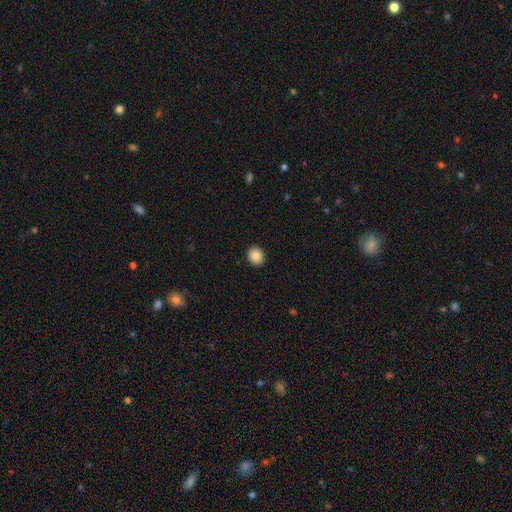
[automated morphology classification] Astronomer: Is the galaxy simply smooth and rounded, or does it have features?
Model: smooth — 87%.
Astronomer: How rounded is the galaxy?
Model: round — 62% (runner-up: in between, 37%).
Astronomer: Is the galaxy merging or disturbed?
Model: none — 91%.